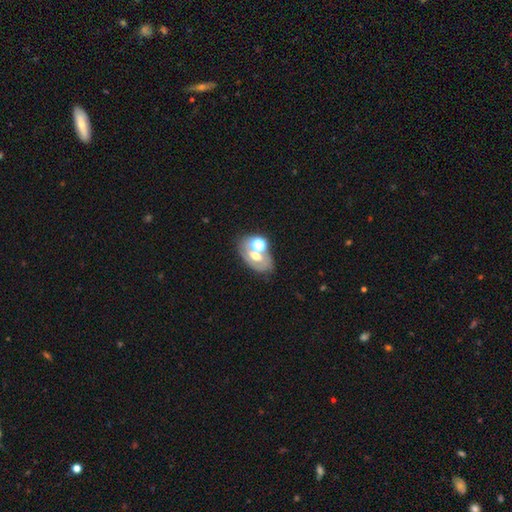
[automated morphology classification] The model was most divided on "smooth or featured": featured or disk: 41%, smooth: 40%, star or artifact: 19%. Remaining: merging — none (48%).